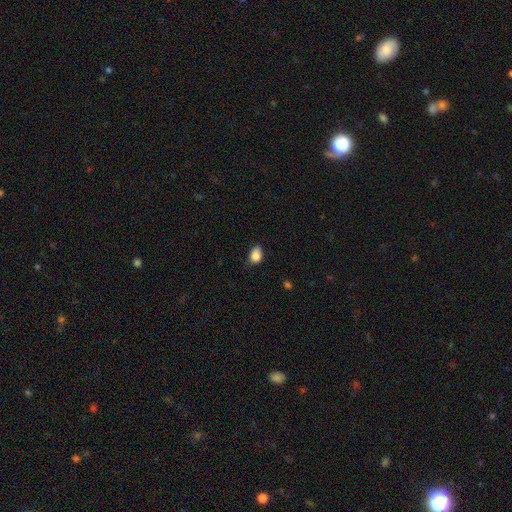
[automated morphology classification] A smooth galaxy with no disk features (86%) that is in between round and cigar-shaped (74%).

Vote fractions:
- Smooth or featured? smooth: 86% / star or artifact: 9% / featured or disk: 5%
- How rounded? in between: 74% / round: 24% / cigar-shaped: 1%
- Merging? none: 62% / minor disturbance: 32% / major disturbance: 5% / merger: 1%